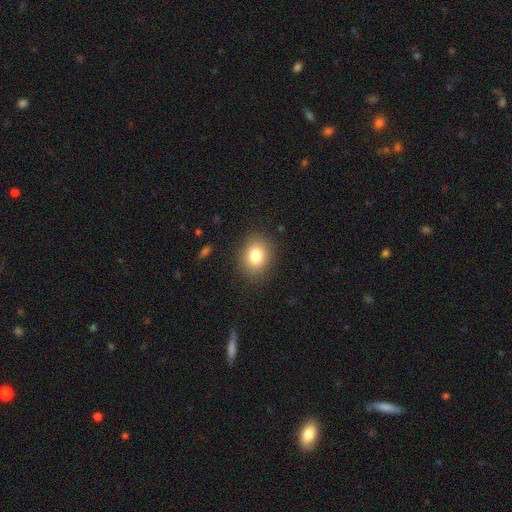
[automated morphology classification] Smooth or featured?
  - smooth: 81% *
  - star or artifact: 10%
  - featured or disk: 9%
How rounded?
  - round: 52% *
  - in between: 47%
  - cigar-shaped: 1%
Merging?
  - none: 87% *
  - minor disturbance: 9%
  - major disturbance: 3%
  - merger: 1%